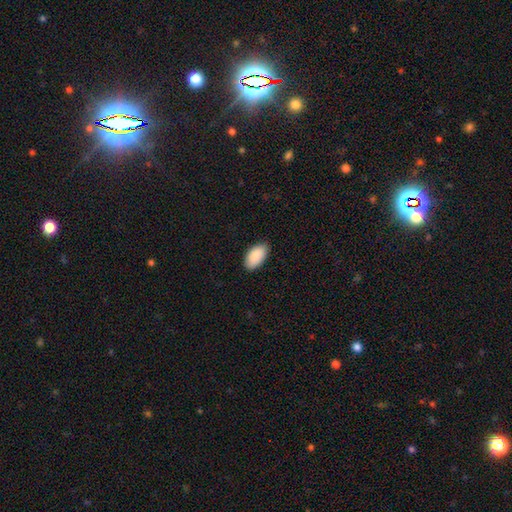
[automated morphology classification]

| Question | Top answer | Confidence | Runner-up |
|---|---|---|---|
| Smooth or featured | smooth | 90% | star or artifact (6%) |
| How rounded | in between | 96% | round (3%) |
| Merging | none | 86% | minor disturbance (12%) |